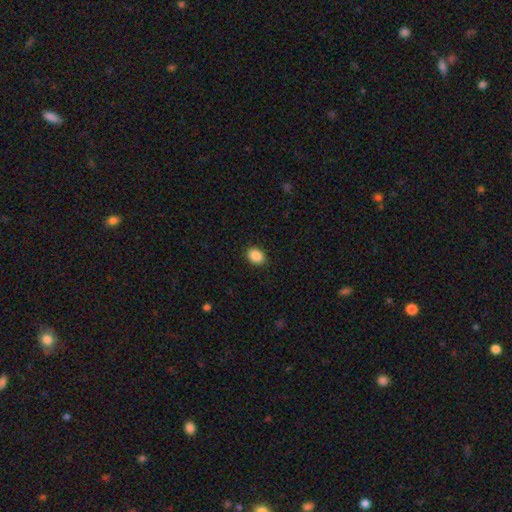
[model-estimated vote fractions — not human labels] Q: Smooth or featured?
A: smooth (89%); runner-up: star or artifact (8%)
Q: How rounded?
A: in between (57%); runner-up: round (42%)
Q: Merging?
A: none (90%); runner-up: minor disturbance (7%)